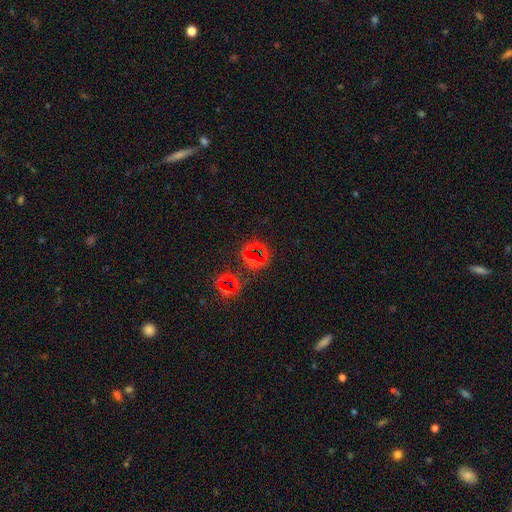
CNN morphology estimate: smooth-or-featured: star or artifact: 68% | smooth: 22% | featured or disk: 10%